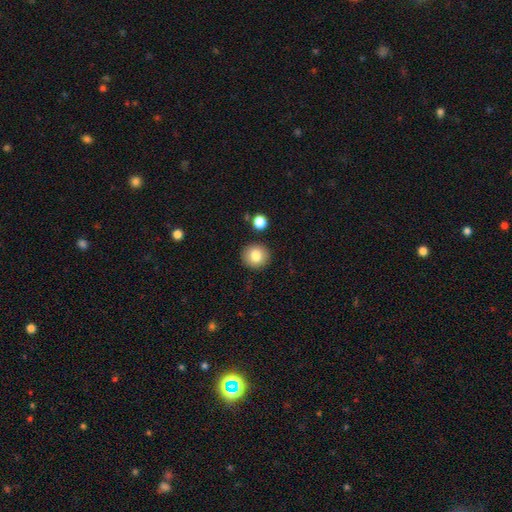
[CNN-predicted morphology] smooth_or_featured: smooth (p=0.82) [alt: star or artifact p=0.09]
how_rounded: round (p=0.88) [alt: in between p=0.11]
merging: none (p=0.89) [alt: minor disturbance p=0.06]